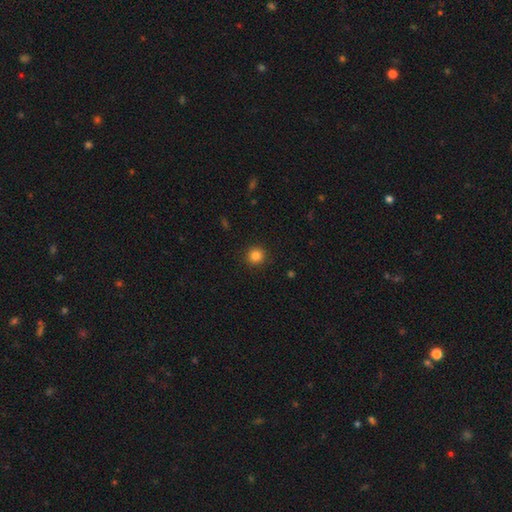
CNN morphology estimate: A smooth galaxy with no disk features (84%) that is round (94%). Merging: none (92%).